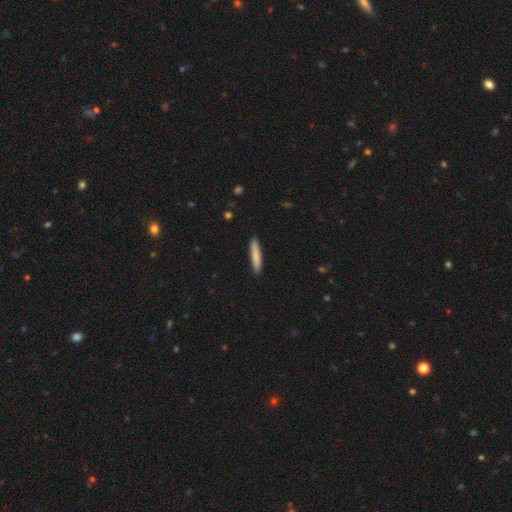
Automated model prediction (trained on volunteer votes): The model was most divided on "smooth or featured": smooth: 82%, featured or disk: 13%, star or artifact: 5%. More confident: how rounded — cigar-shaped (92%); merging — none (90%).